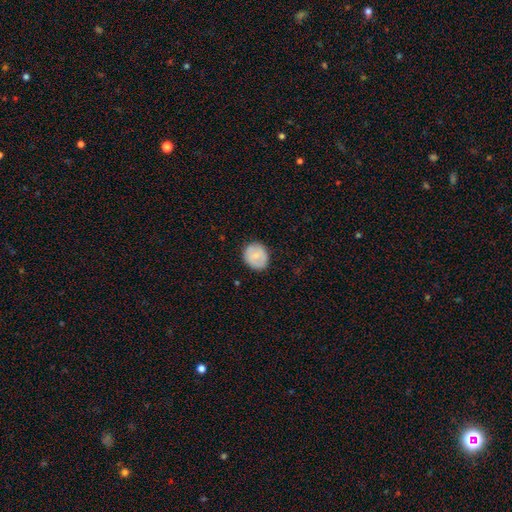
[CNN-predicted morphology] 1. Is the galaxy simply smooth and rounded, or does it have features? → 70% smooth, 23% featured or disk, 7% star or artifact.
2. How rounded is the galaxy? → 71% round, 28% in between, 1% cigar-shaped.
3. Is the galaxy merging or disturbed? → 84% none, 13% minor disturbance, 3% major disturbance, 1% merger.